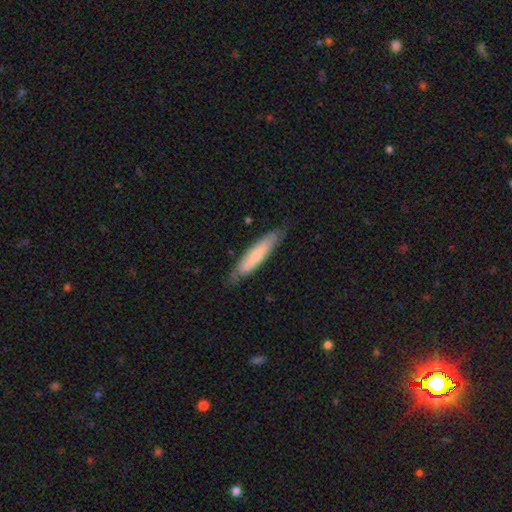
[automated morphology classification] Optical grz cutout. It shows a smooth galaxy with no disk features (59%) that is cigar-shaped (81%). Merging: none (75%).